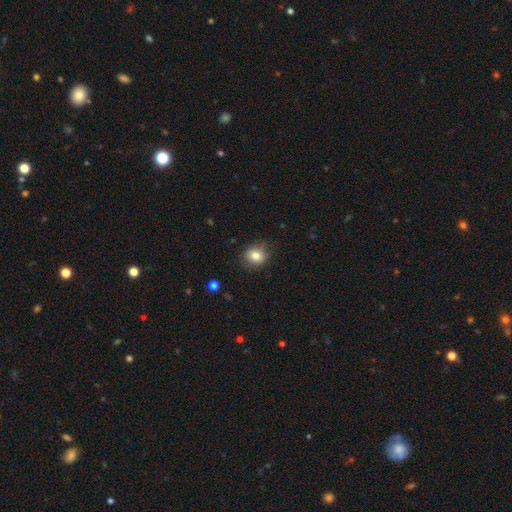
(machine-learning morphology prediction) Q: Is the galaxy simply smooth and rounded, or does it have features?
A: smooth — 80%.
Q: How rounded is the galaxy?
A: round — 67%.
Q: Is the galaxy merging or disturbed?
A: none — 79%.